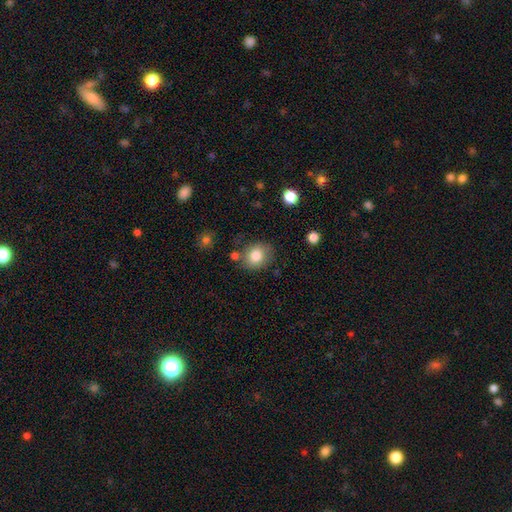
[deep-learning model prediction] Q: Smooth or featured?
A: smooth (82%); runner-up: featured or disk (9%)
Q: How rounded?
A: round (67%); runner-up: in between (33%)
Q: Merging?
A: none (73%); runner-up: minor disturbance (15%)